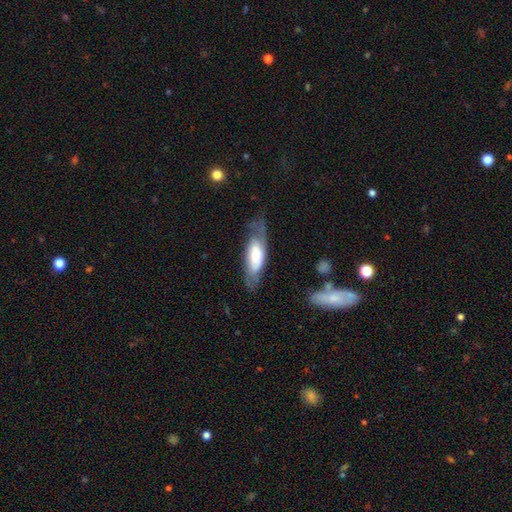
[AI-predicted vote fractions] Smooth or featured: featured or disk — 50% (smooth — 44%)
Merging: none — 61% (minor disturbance — 23%)